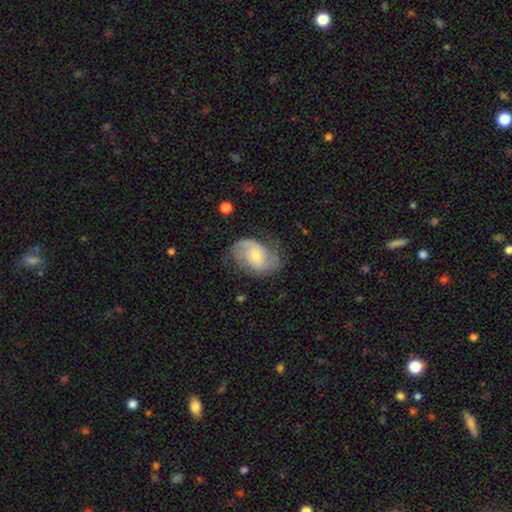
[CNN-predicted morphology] A featured or disk galaxy (72%) with no bar (66%), 2 (69%) medium (41%) spiral arms (90%) and a moderate central bulge (53%). Merging: none (66%).